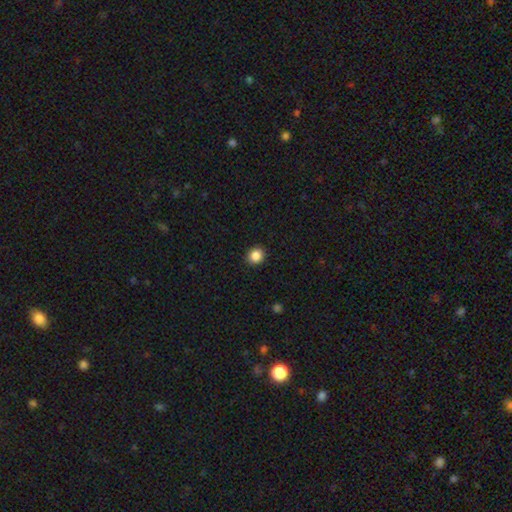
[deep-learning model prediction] Smooth or featured? Predicted: smooth (p=0.86). How rounded? Predicted: round (p=0.83). Merging? Predicted: none (p=0.92).